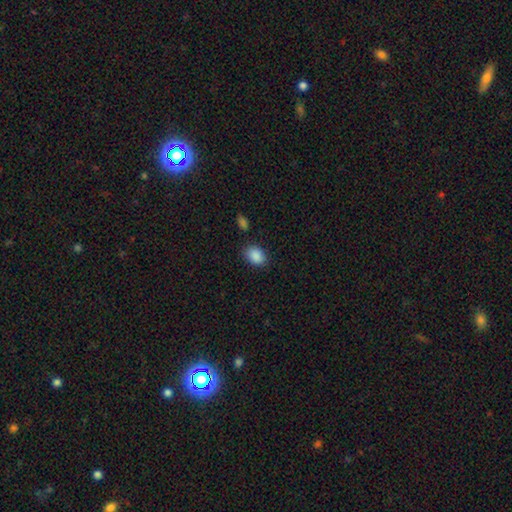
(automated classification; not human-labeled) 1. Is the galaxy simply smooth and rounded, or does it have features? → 89% smooth, 8% star or artifact, 3% featured or disk.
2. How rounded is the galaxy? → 77% in between, 21% round, 1% cigar-shaped.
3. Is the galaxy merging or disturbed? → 82% none, 12% minor disturbance, 3% major disturbance, 3% merger.